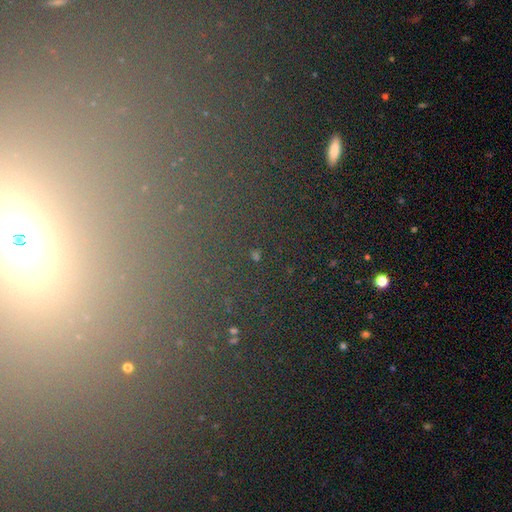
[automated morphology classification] A star or artifact, not a galaxy (63%).